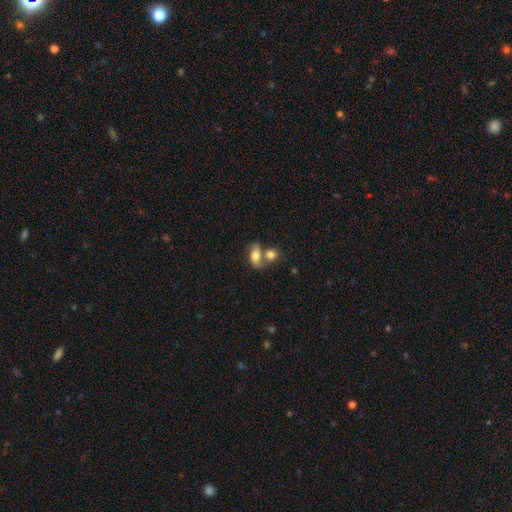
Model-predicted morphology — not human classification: A smooth galaxy with no disk features (61%) that is in between round and cigar-shaped (79%). Merging: merger (49%).